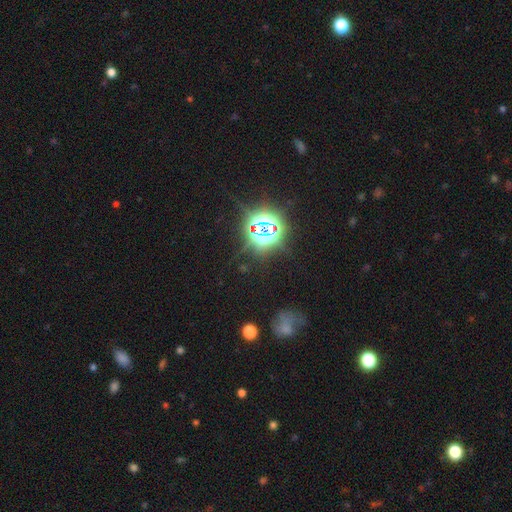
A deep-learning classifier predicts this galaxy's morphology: Q: Smooth or featured?
A: star or artifact (77%); runner-up: smooth (16%)